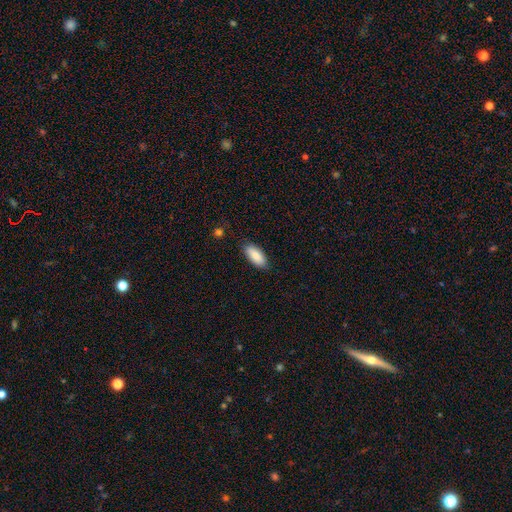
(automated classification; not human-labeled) A smooth galaxy with no disk features (86%) that is in between round and cigar-shaped (85%). Merging: none (85%).